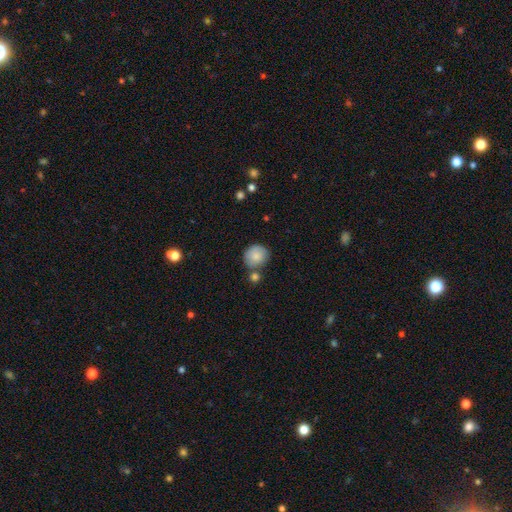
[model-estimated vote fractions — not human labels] smooth_or_featured: smooth (p=0.84) [alt: featured or disk p=0.09]
how_rounded: round (p=0.85) [alt: in between p=0.14]
merging: none (p=0.62) [alt: merger p=0.19]